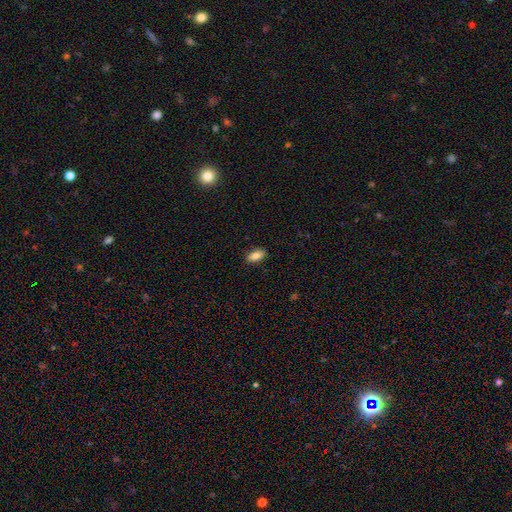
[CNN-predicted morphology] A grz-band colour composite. It shows a smooth galaxy with no disk features (82%) that is in between round and cigar-shaped (88%). Merging: none (89%).